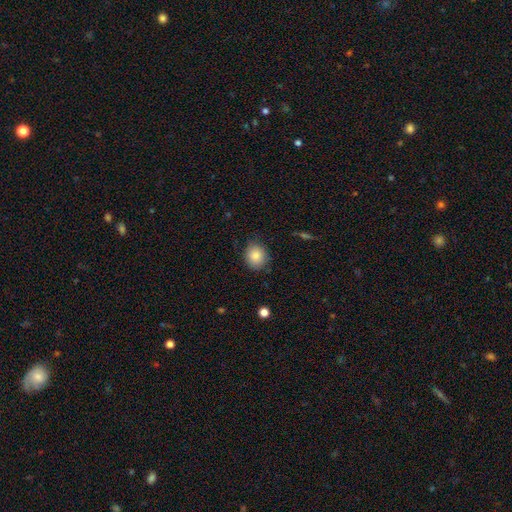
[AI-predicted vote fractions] smooth-or-featured: smooth: 85% | star or artifact: 9% | featured or disk: 6%
  how-rounded: round: 69% | in between: 30% | cigar-shaped: 1%
  merging: none: 81% | minor disturbance: 15% | major disturbance: 3% | merger: 1%